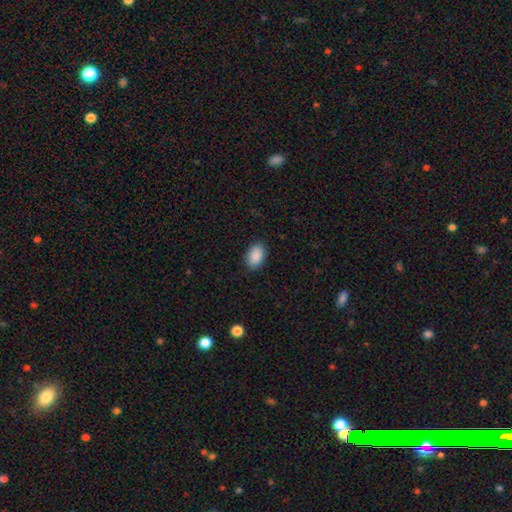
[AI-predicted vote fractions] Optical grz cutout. It shows a smooth galaxy with no disk features (90%) that is in between round and cigar-shaped (93%). Merging: none (89%).